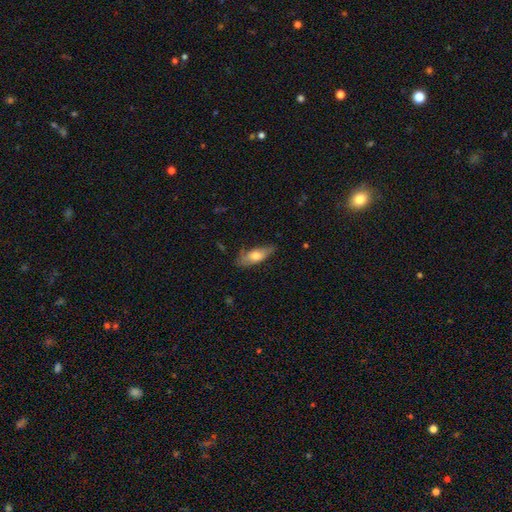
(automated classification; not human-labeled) This appears to be a smooth galaxy with no disk features (68%) that is in between round and cigar-shaped (66%). Merging: none (69%).